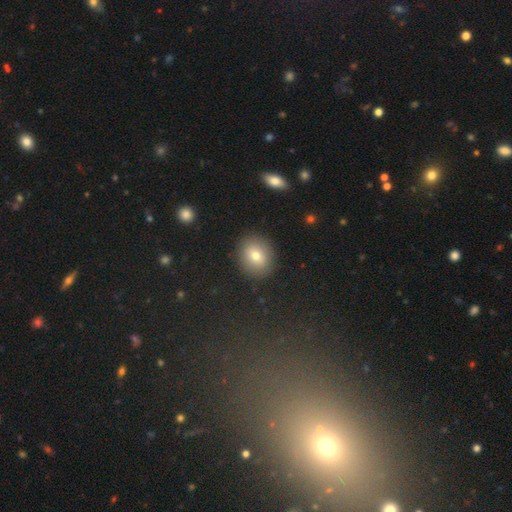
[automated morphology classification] smooth 74%, featured or disk 15%, star or artifact 11%. Down the decision tree: how rounded — round (69%); merging — none (87%).